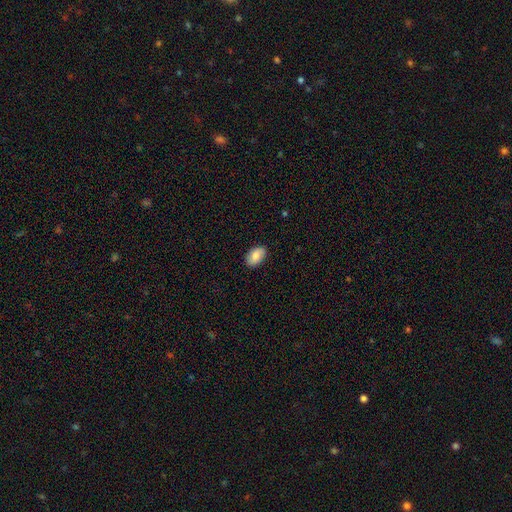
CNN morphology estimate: Smooth or featured?
  - smooth: 80% *
  - featured or disk: 13%
  - star or artifact: 7%
How rounded?
  - in between: 91% *
  - round: 8%
  - cigar-shaped: 1%
Merging?
  - none: 88% *
  - minor disturbance: 9%
  - major disturbance: 2%
  - merger: 1%